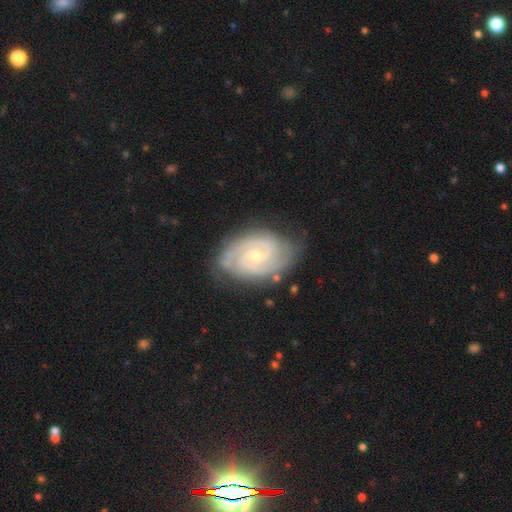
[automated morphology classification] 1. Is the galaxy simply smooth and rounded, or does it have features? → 91% featured or disk, 5% smooth, 4% star or artifact.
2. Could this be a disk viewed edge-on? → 97% no, 3% yes.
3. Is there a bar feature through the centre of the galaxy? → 51% no, 39% weak, 10% strong.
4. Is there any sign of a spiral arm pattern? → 98% yes, 2% no.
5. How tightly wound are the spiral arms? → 72% tight, 25% medium, 3% loose.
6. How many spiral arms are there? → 70% 2, 15% 3, 7% can't tell, 3% 4, 2% 1, 2% more than 4.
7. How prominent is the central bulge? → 61% small, 36% moderate, 1% none, 1% large, 1% dominant.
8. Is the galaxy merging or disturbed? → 78% none, 16% minor disturbance, 4% major disturbance, 1% merger.